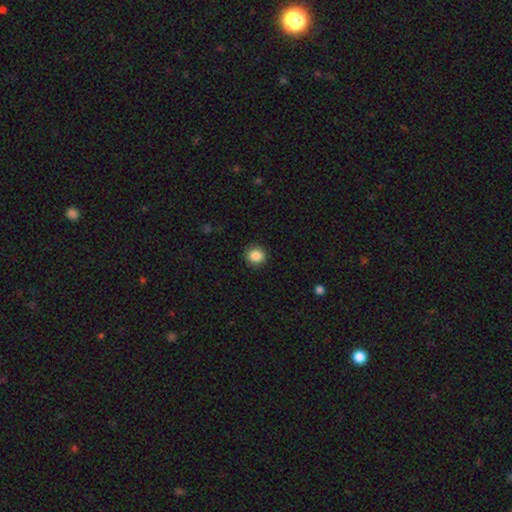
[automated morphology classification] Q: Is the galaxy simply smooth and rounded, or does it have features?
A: smooth — 87%.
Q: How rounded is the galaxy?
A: round — 85%.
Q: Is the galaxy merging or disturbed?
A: none — 91%.